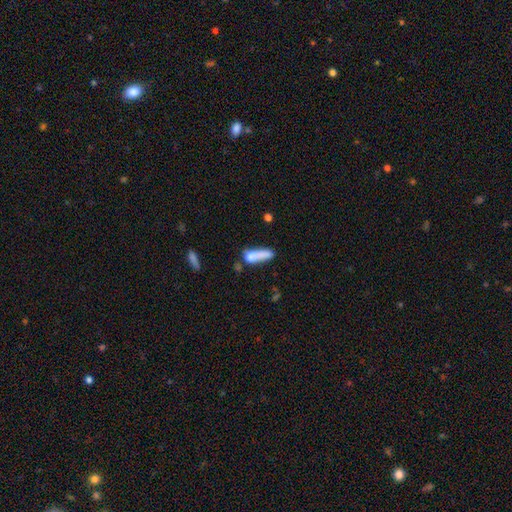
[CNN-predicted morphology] Smooth or featured? Predicted: smooth (p=0.73). How rounded? Predicted: cigar-shaped (p=0.64). Merging? Predicted: none (p=0.38).